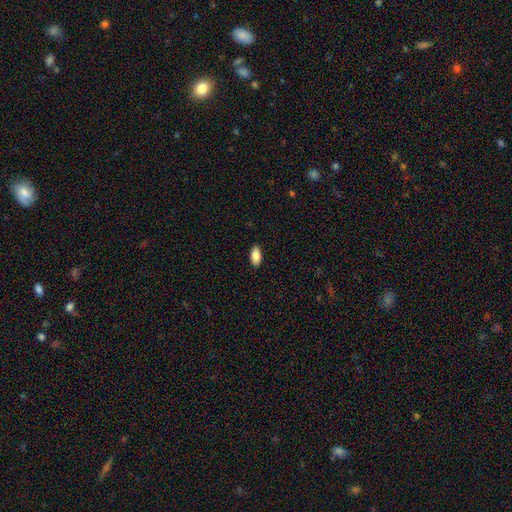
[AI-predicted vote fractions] This appears to be a smooth galaxy with no disk features (85%) that is in between round and cigar-shaped (91%). Merging: none (89%).